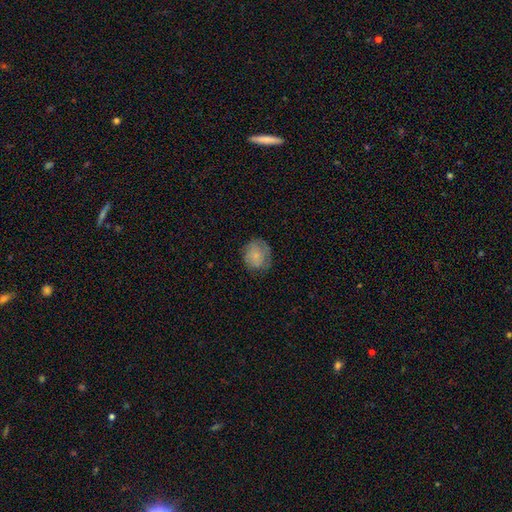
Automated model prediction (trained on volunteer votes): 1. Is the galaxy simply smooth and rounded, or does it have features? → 68% smooth, 23% featured or disk, 8% star or artifact.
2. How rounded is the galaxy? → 77% round, 22% in between, 1% cigar-shaped.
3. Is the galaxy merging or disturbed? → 69% none, 22% minor disturbance, 8% major disturbance, 1% merger.